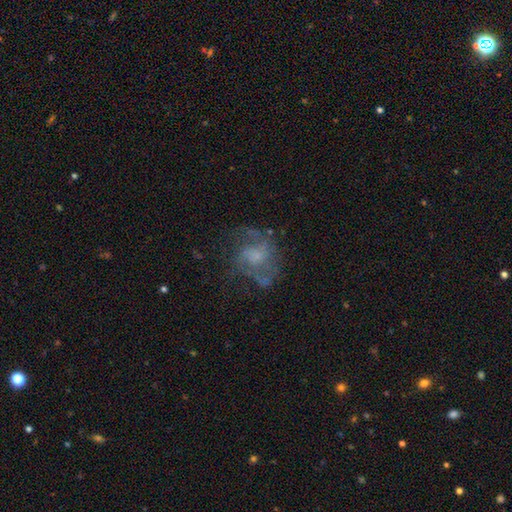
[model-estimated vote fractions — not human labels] smooth-or-featured: featured or disk: 67% | smooth: 21% | star or artifact: 11%
  disk-edge-on: no: 98% | yes: 2%
    bar: no: 70% | weak: 26% | strong: 4%
    has-spiral-arms: yes: 75% | no: 25%
    bulge-size: small: 50% | moderate: 23% | none: 21% | large: 4% | dominant: 1%
  merging: none: 52% | major disturbance: 26% | minor disturbance: 19% | merger: 3%